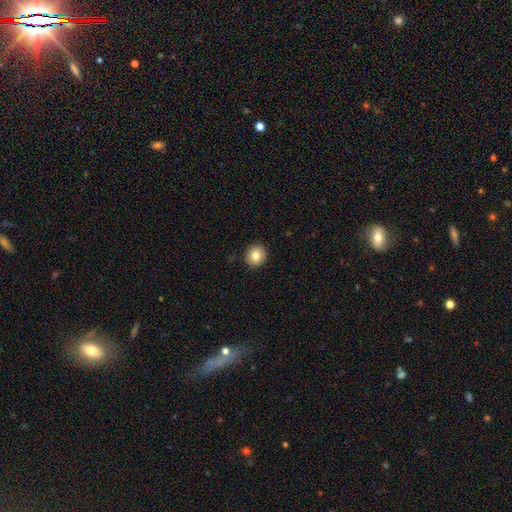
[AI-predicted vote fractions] Overall: smooth (82%). How rounded: round (87%). Merging: none (92%).